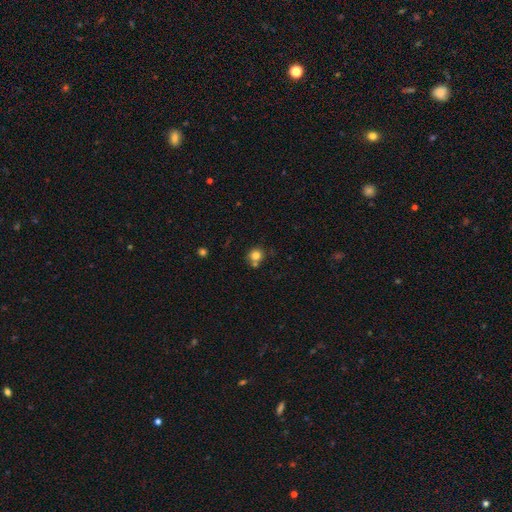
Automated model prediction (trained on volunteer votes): smooth_or_featured: smooth (p=0.80) [alt: star or artifact p=0.12]
how_rounded: round (p=0.86) [alt: in between p=0.13]
merging: none (p=0.62) [alt: merger p=0.22]